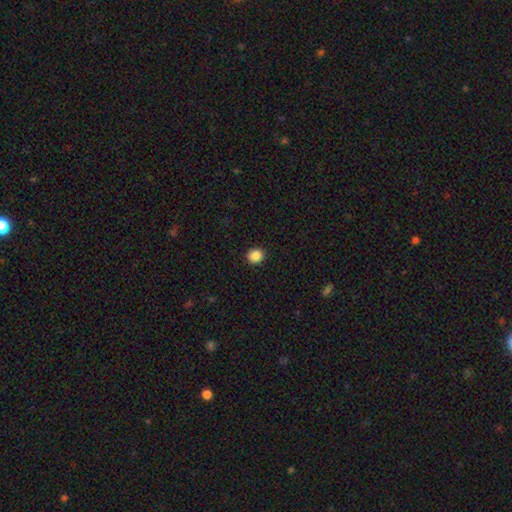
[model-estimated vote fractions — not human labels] Q: Smooth or featured?
A: smooth (87%); runner-up: star or artifact (10%)
Q: How rounded?
A: round (80%); runner-up: in between (19%)
Q: Merging?
A: none (92%); runner-up: minor disturbance (5%)